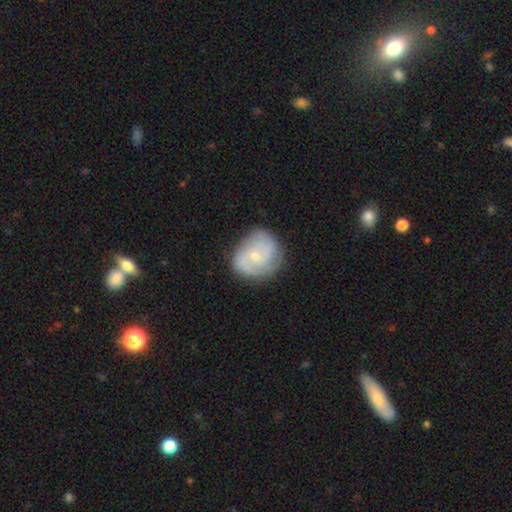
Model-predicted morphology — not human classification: Smooth or featured? featured or disk (73%)
Edge-on disk? no (98%)
Bar? no (65%)
Spiral arms? yes (93%)
Spiral winding? medium (43%, tied with tight)
Spiral arm count? 2 (56%)
Bulge size? small (66%)
Merging? none (75%)